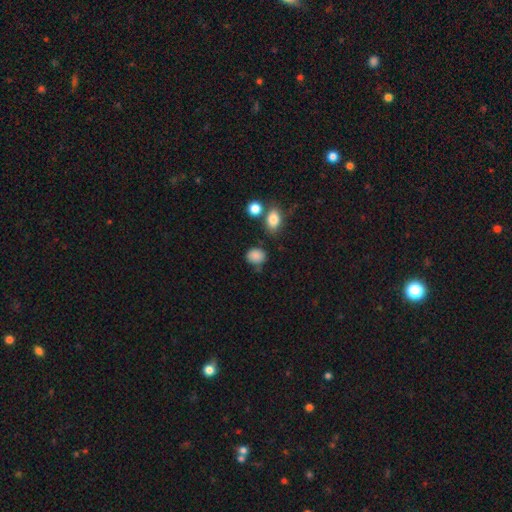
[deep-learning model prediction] Smooth or featured? smooth (86%)
How rounded? round (56%)
Merging? none (70%)